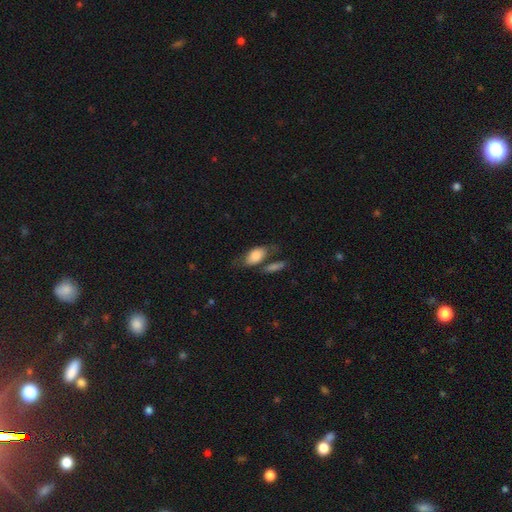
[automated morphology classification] type=smooth (77%); roundness=in between (89%); merging=none (49%).